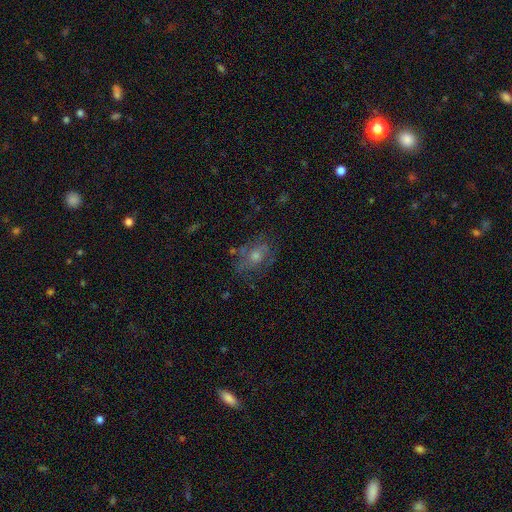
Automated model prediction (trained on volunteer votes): Smooth or featured?
  - featured or disk: 48% *
  - smooth: 34%
  - star or artifact: 18%
Merging?
  - none: 66% *
  - minor disturbance: 20%
  - major disturbance: 11%
  - merger: 3%